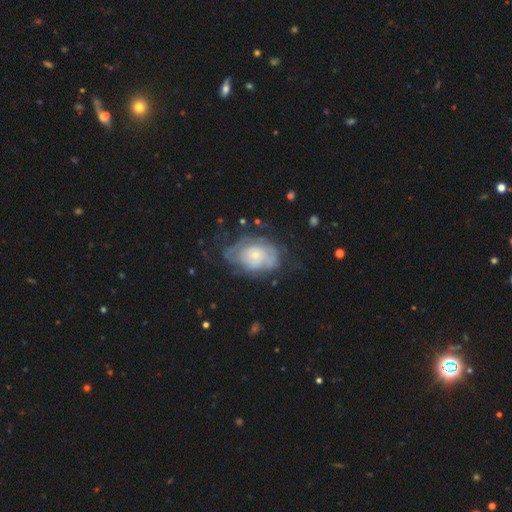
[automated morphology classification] This is likely a featured or disk galaxy (63%). It is clearly not viewed edge-on (96%). Bar: clearly no (83%). Spiral arm pattern: likely yes (64%). Central bulge: likely small (69%). Merging: possibly none (51%).